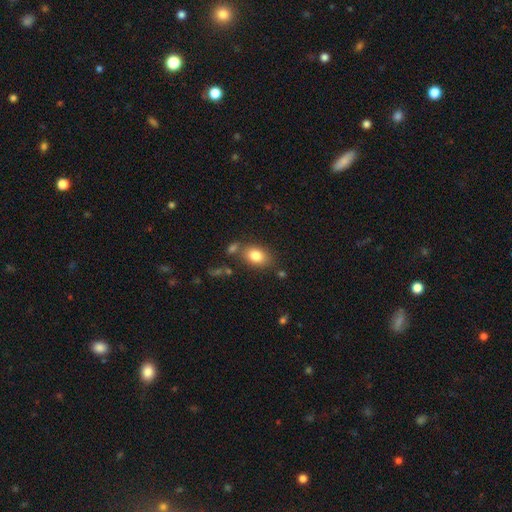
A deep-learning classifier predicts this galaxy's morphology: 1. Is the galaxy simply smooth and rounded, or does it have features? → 83% smooth, 9% star or artifact, 9% featured or disk.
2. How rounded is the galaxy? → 80% in between, 19% round, 1% cigar-shaped.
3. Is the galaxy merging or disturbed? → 72% none, 14% minor disturbance, 10% merger, 4% major disturbance.